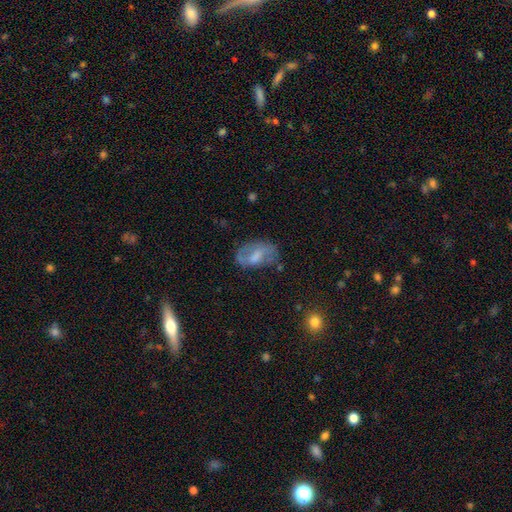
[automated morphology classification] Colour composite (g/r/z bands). It shows a featured or disk galaxy (48%). Merging: none (55%).